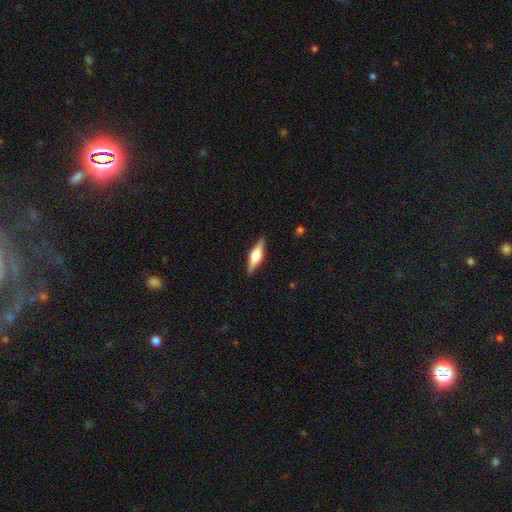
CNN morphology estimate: smooth_or_featured: featured or disk (p=0.59) [alt: smooth p=0.35]
disk_edge_on: yes (p=0.96) [alt: no p=0.04]
edge_on_bulge: rounded (p=0.85) [alt: boxy p=0.13]
merging: none (p=0.89) [alt: minor disturbance p=0.08]